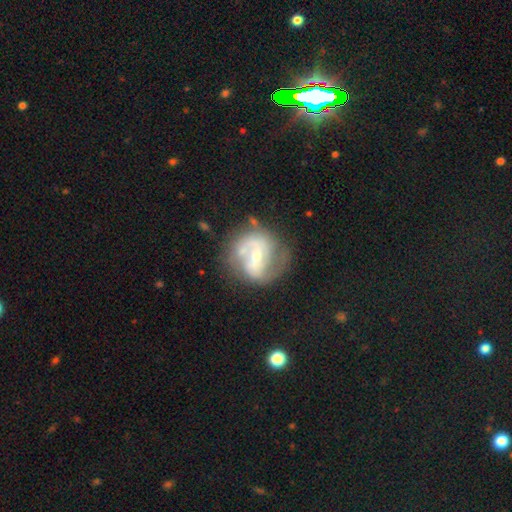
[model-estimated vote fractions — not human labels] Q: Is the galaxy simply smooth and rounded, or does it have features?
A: featured or disk — 76%.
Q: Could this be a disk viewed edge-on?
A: no — 97%.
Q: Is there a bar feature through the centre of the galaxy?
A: weak — 45%.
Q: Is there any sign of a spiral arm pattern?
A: yes — 80%.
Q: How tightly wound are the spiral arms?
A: medium — 45%.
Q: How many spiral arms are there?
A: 2 — 69%.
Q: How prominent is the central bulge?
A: moderate — 51%.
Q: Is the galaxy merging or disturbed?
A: none — 58%.